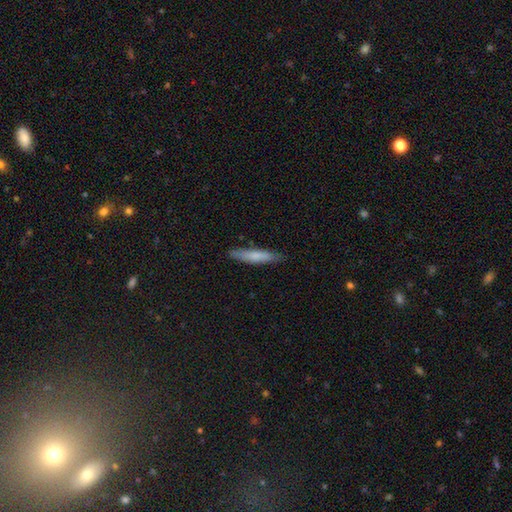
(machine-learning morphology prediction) smooth_or_featured: smooth (p=0.71) [alt: featured or disk p=0.23]
how_rounded: cigar-shaped (p=0.88) [alt: in between p=0.10]
merging: none (p=0.85) [alt: minor disturbance p=0.12]